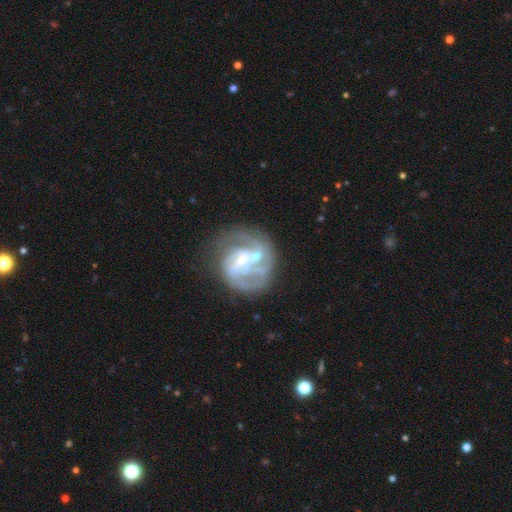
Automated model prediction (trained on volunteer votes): smooth-or-featured: featured or disk: 82% | smooth: 11% | star or artifact: 7%
  disk-edge-on: no: 98% | yes: 2%
    bar: weak: 45% | no: 36% | strong: 19%
    has-spiral-arms: yes: 87% | no: 13%
      spiral-winding: medium: 44% | tight: 38% | loose: 18%
      spiral-arm-count: 3: 32% | can't tell: 25% | 2: 22% | 4: 8% | 1: 7% | more than 4: 5%
    bulge-size: small: 45% | moderate: 30% | none: 20% | large: 4% | dominant: 1%
  merging: none: 47% | major disturbance: 24% | minor disturbance: 18% | merger: 11%